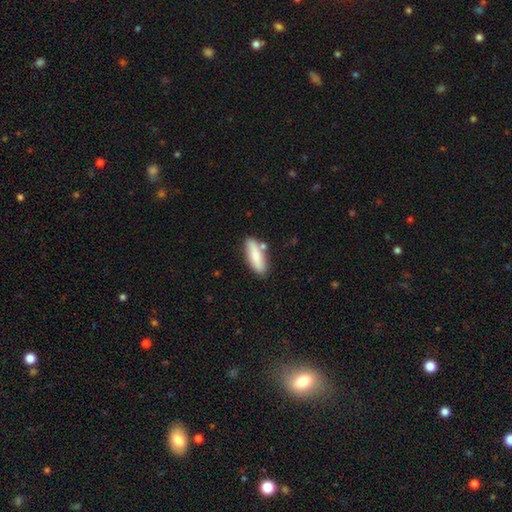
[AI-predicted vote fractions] Smooth or featured: smooth — 76% (featured or disk — 18%)
How rounded: in between — 57% (cigar-shaped — 41%)
Merging: none — 77% (minor disturbance — 13%)